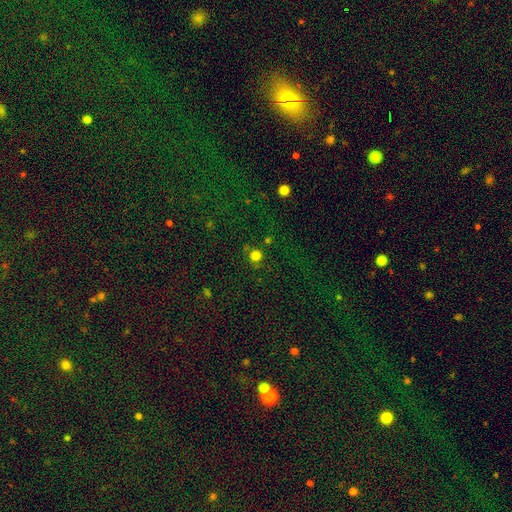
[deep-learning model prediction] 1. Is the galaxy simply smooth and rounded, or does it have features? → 78% smooth, 17% star or artifact, 4% featured or disk.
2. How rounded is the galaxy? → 93% round, 6% in between, 1% cigar-shaped.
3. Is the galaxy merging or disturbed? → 80% none, 11% minor disturbance, 5% merger, 4% major disturbance.